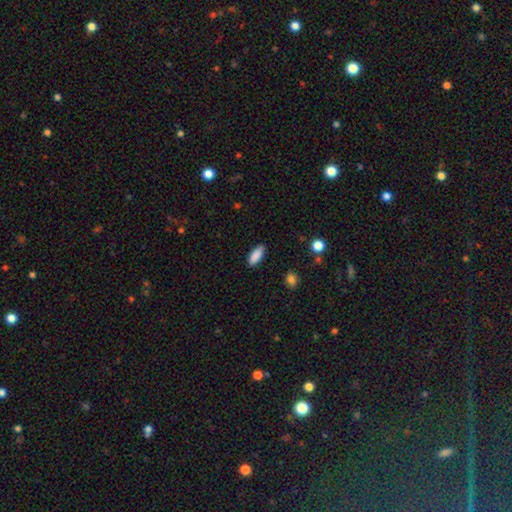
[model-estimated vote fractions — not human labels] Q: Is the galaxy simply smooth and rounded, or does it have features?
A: smooth — 89%.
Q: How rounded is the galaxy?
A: in between — 78%.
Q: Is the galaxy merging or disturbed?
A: none — 85%.